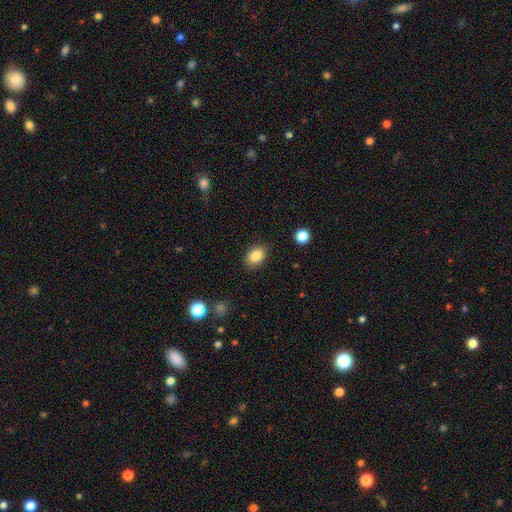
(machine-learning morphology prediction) This appears to be a smooth galaxy with no disk features (86%) that is in between round and cigar-shaped (73%). Merging: none (86%).